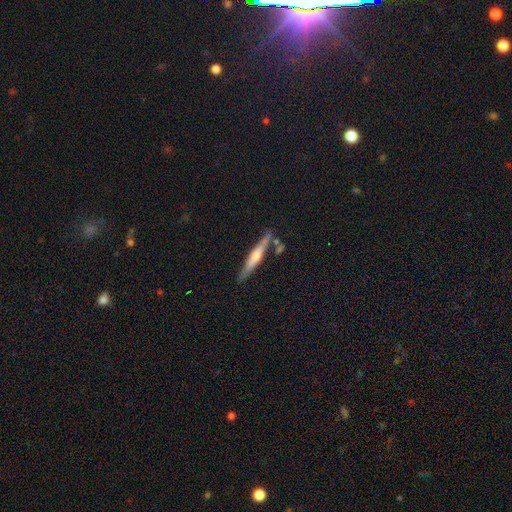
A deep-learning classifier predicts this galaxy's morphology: Smooth or featured? Predicted: featured or disk (p=0.65). Edge-on disk? Predicted: yes (p=0.96). Edge-on bulge? Predicted: rounded (p=0.68). Merging? Predicted: none (p=0.81).